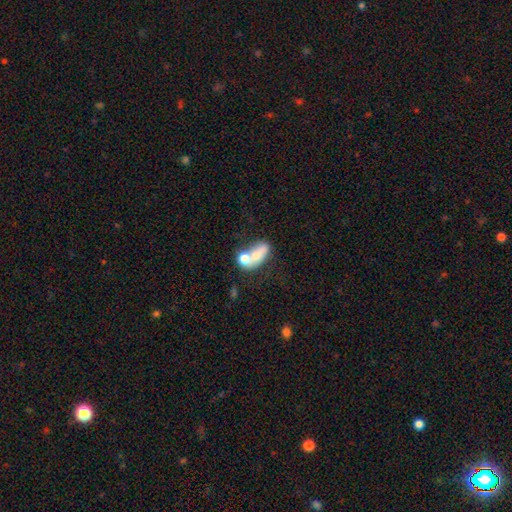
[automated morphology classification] smooth-or-featured: smooth: 61% | featured or disk: 31% | star or artifact: 9%
  how-rounded: in between: 76% | round: 20% | cigar-shaped: 4%
  merging: merger: 63% | none: 20% | minor disturbance: 10% | major disturbance: 8%